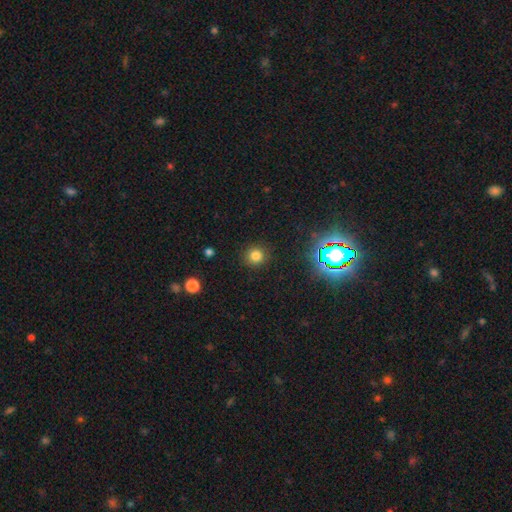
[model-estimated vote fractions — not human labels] Overall: smooth (78%). How rounded: round (92%). Merging: none (90%).